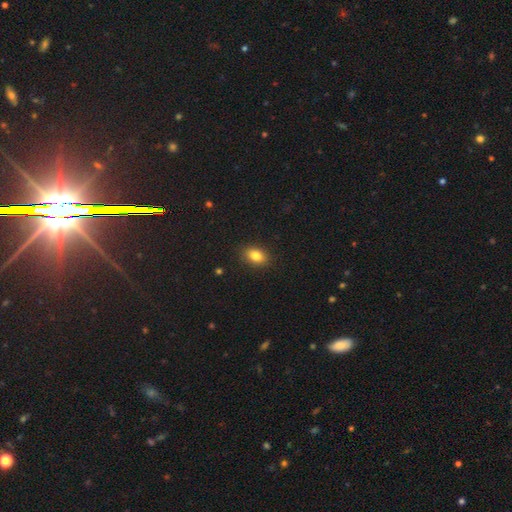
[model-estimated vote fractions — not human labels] Morphology: type=smooth (83%); roundness=in between (80%); merging=none (88%).